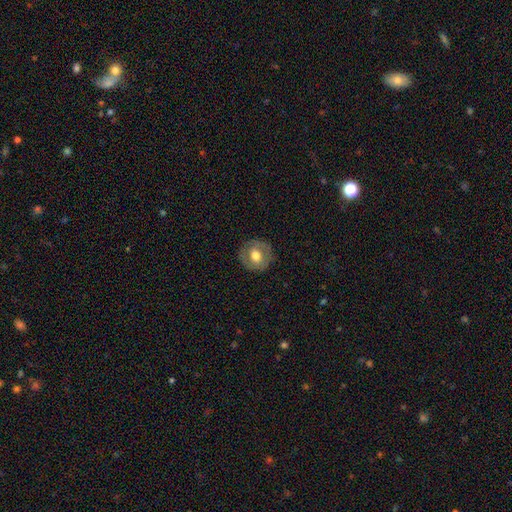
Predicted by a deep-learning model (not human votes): smooth-or-featured: smooth: 52% | featured or disk: 41% | star or artifact: 7%
  how-rounded: round: 83% | in between: 16% | cigar-shaped: 1%
  merging: none: 83% | minor disturbance: 12% | major disturbance: 4% | merger: 1%